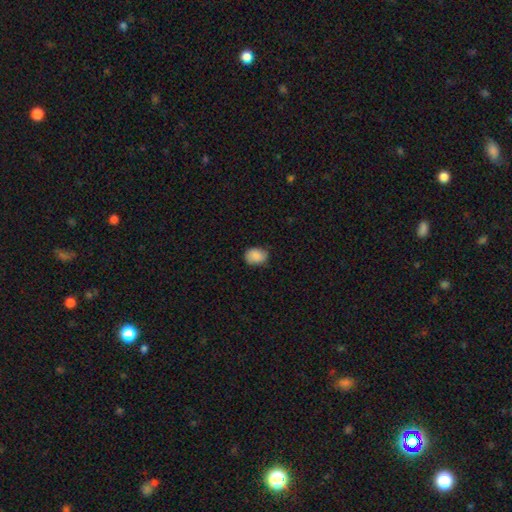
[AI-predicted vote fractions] Smooth or featured? smooth (86%)
How rounded? in between (58%)
Merging? none (75%)